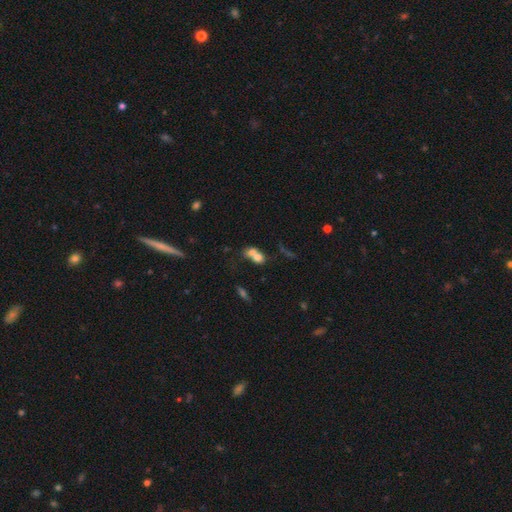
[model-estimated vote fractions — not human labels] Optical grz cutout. It shows a smooth galaxy with no disk features (66%) that is round (50%). Merging: merger (68%).